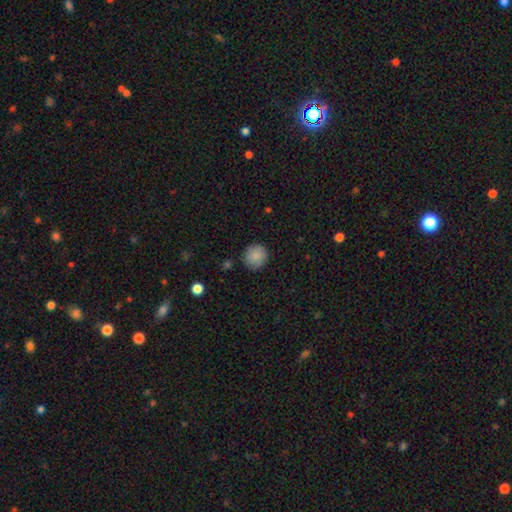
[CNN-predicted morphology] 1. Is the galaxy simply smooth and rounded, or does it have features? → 87% smooth, 8% star or artifact, 5% featured or disk.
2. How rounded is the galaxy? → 90% round, 9% in between, 1% cigar-shaped.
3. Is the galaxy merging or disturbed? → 83% none, 12% minor disturbance, 3% major disturbance, 2% merger.